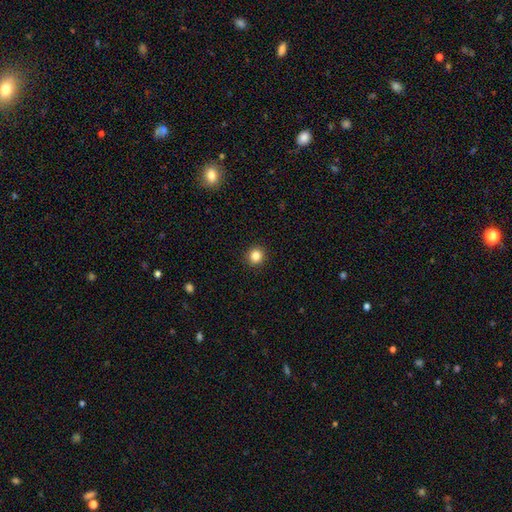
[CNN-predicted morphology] A smooth galaxy with no disk features (85%) that is round (90%). Merging: none (92%).